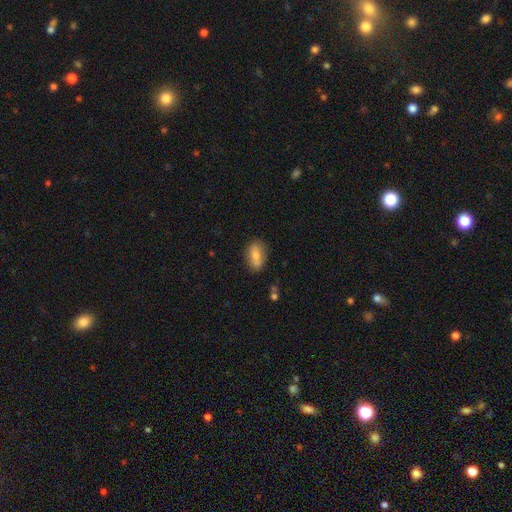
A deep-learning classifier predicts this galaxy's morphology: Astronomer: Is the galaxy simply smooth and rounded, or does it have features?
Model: smooth — 73%.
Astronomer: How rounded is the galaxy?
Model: in between — 86%.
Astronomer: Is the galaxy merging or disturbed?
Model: none — 78%.